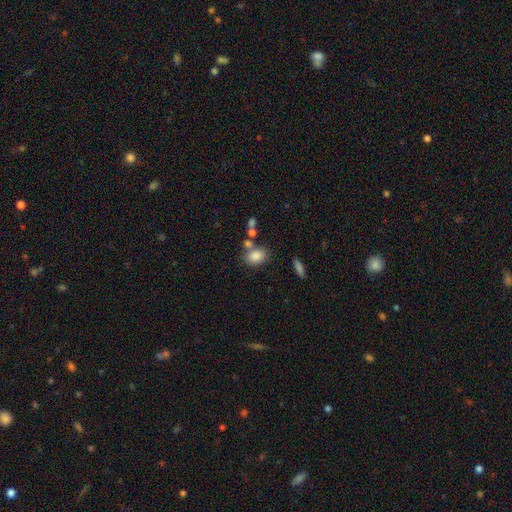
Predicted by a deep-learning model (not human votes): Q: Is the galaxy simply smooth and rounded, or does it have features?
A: smooth — 83%.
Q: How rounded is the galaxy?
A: in between — 68%.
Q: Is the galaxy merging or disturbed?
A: none — 61%.